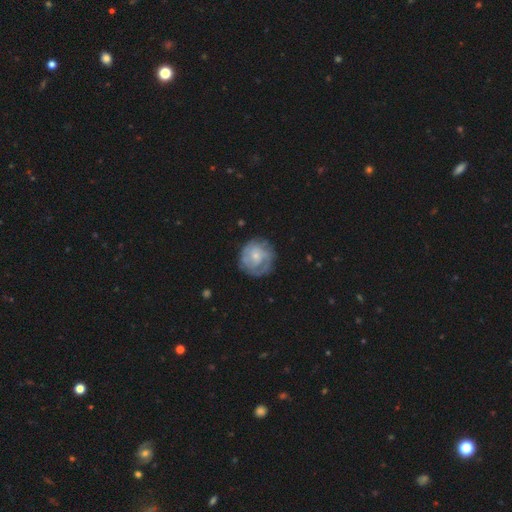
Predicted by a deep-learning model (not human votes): A featured or disk galaxy (58%) with no bar (77%), spiral arms (70%) and a small central bulge (67%).

Vote fractions:
- Smooth or featured? featured or disk: 58% / smooth: 36% / star or artifact: 7%
- Edge-on disk? no: 98% / yes: 2%
- Bar? no: 77% / weak: 20% / strong: 3%
- Spiral arms? yes: 70% / no: 30%
- Bulge size? small: 67% / moderate: 25% / none: 5% / large: 2% / dominant: 1%
- Merging? none: 70% / minor disturbance: 19% / major disturbance: 10% / merger: 1%